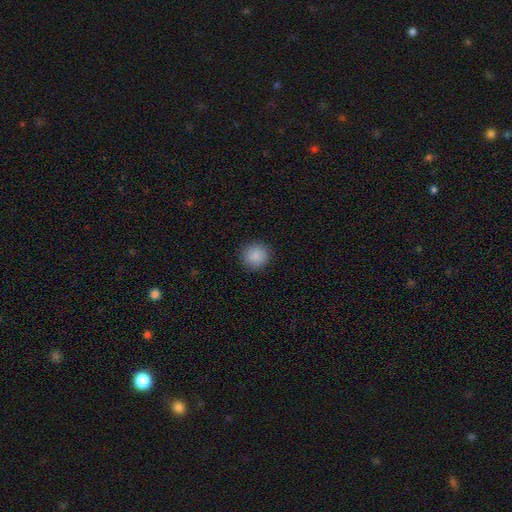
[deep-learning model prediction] Q: Smooth or featured?
A: smooth (89%); runner-up: star or artifact (8%)
Q: How rounded?
A: round (94%); runner-up: in between (5%)
Q: Merging?
A: none (91%); runner-up: minor disturbance (6%)